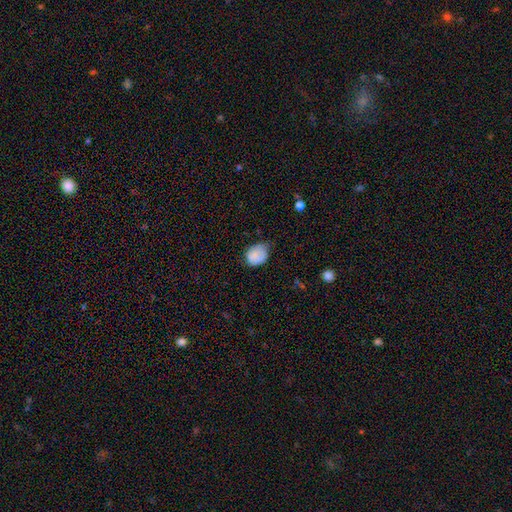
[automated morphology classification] The model was most divided on "merging": minor disturbance: 44%, none: 43%, major disturbance: 11%, merger: 2%. More confident: smooth or featured — smooth (81%); how rounded — in between (57%).